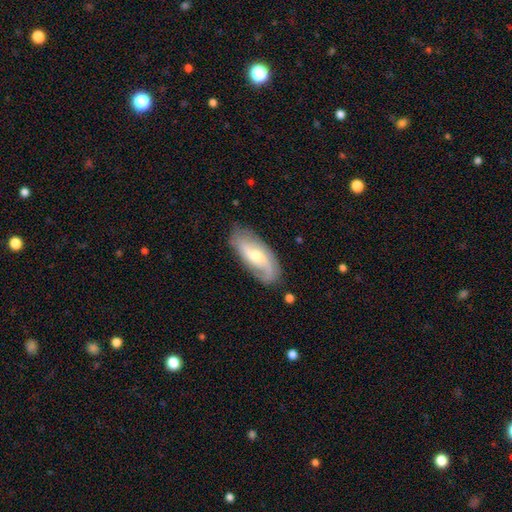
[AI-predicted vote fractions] This appears to be a featured or disk galaxy (70%) with no bar (48%), 2 (64%) loose (41%) spiral arms (90%) and a moderate central bulge (56%). Merging: none (74%).